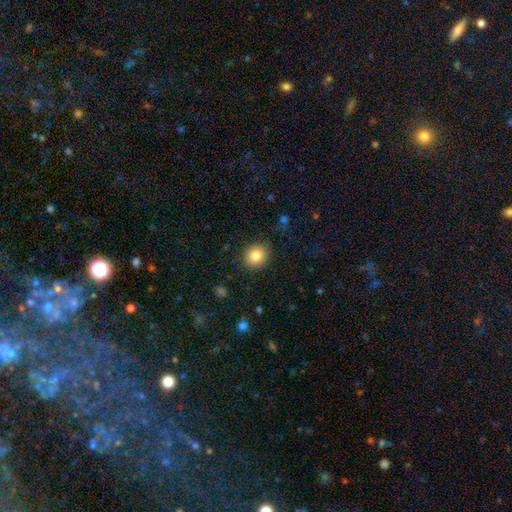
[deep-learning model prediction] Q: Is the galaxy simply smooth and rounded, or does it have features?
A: smooth — 84%.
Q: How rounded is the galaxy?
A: round — 78%.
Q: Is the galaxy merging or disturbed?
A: none — 88%.